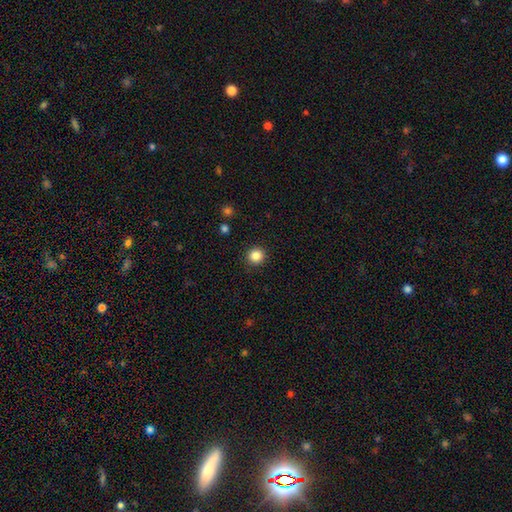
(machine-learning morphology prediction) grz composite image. It shows a smooth galaxy with no disk features (86%) that is round (93%). Merging: none (91%).